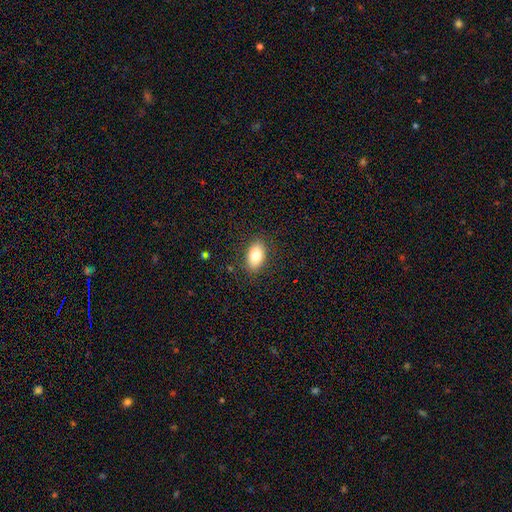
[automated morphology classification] Smooth or featured? Predicted: smooth (p=0.84). How rounded? Predicted: in between (p=0.91). Merging? Predicted: none (p=0.86).